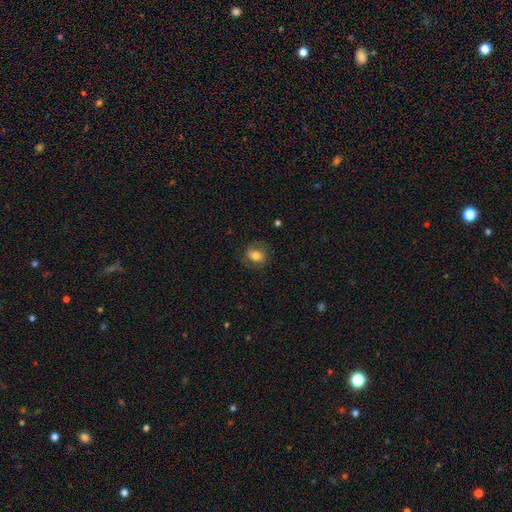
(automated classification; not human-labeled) Smooth or featured? Predicted: smooth (p=0.65). How rounded? Predicted: in between (p=0.55). Merging? Predicted: none (p=0.76).